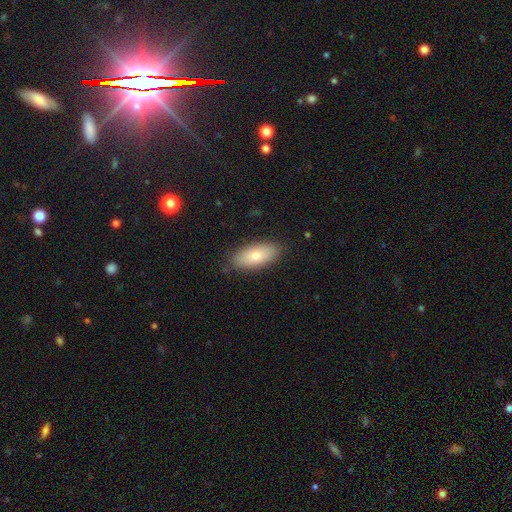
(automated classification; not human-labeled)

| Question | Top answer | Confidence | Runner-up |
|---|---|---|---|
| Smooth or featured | smooth | 75% | featured or disk (18%) |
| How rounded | in between | 86% | cigar-shaped (11%) |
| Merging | none | 86% | minor disturbance (10%) |